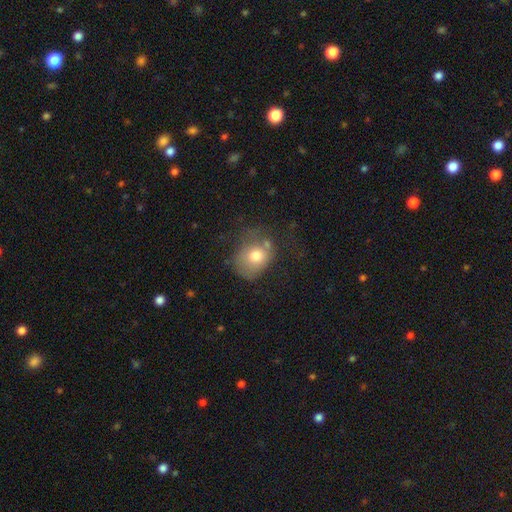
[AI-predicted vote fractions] Smooth or featured? Predicted: smooth (p=0.71). How rounded? Predicted: round (p=0.55). Merging? Predicted: none (p=0.42).